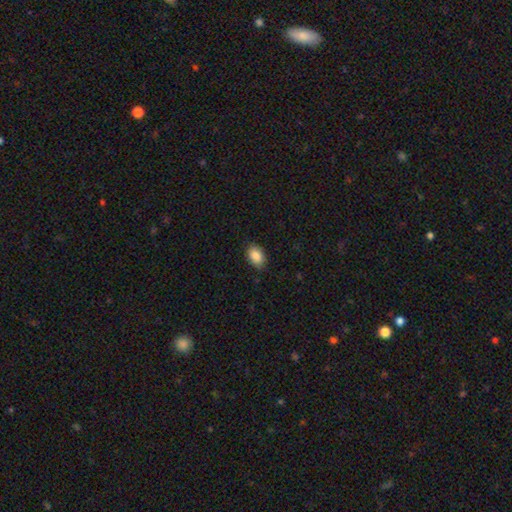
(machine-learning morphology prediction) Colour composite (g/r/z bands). It shows a smooth galaxy with no disk features (88%) that is in between round and cigar-shaped (87%). Merging: none (84%).